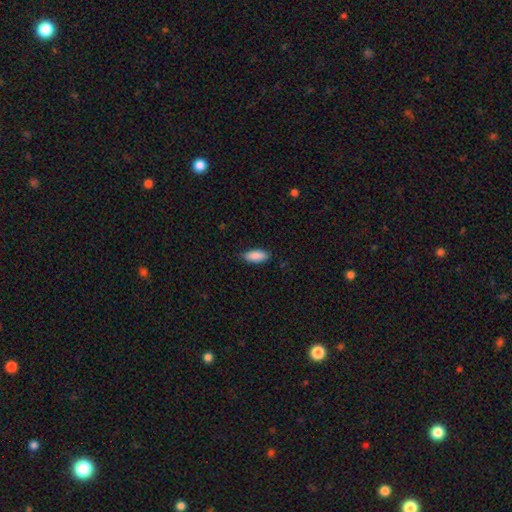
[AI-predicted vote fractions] This is clearly a smooth galaxy (89%). How rounded: clearly in between (82%). Merging: clearly none (82%).